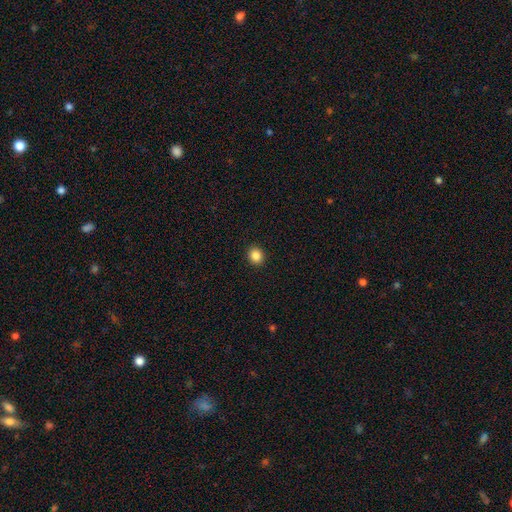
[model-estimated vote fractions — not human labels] Smooth or featured? Predicted: smooth (p=0.86). How rounded? Predicted: round (p=0.75). Merging? Predicted: none (p=0.92).